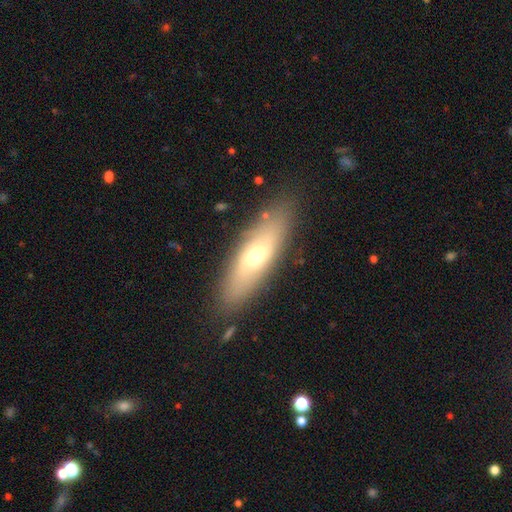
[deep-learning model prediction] Morphology: type=smooth (55%); roundness=in between (49%, tied with cigar-shaped); merging=none (83%).